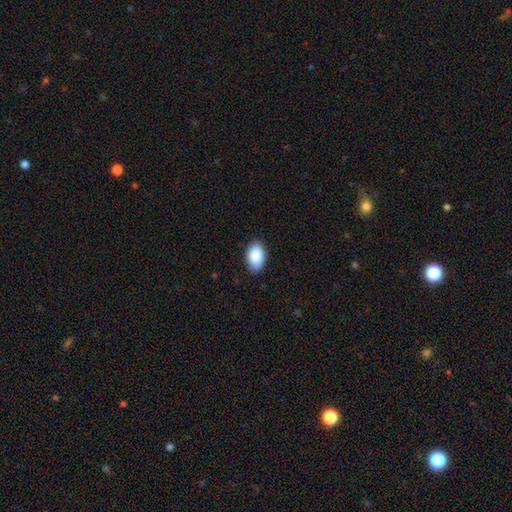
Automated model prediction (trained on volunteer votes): Smooth or featured: smooth — 90% (star or artifact — 6%)
How rounded: in between — 93% (round — 6%)
Merging: none — 85% (minor disturbance — 12%)